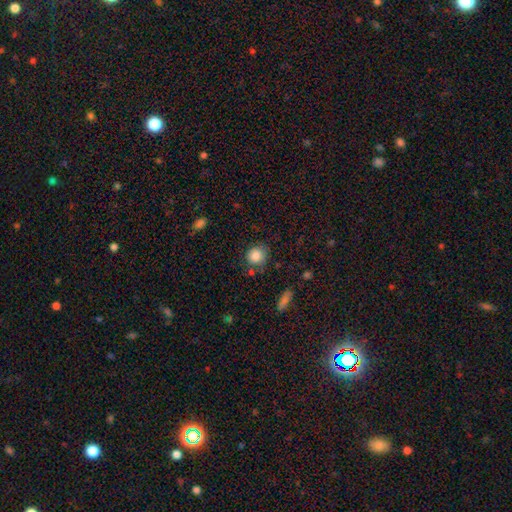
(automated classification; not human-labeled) Overall: smooth (86%). How rounded: round (84%). Merging: none (71%).